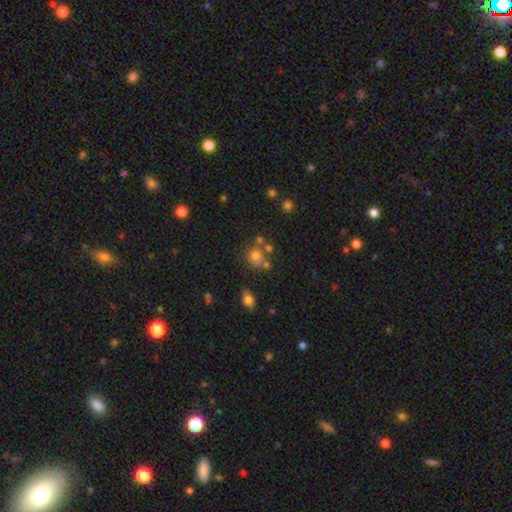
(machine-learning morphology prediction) smooth 69%, star or artifact 16%, featured or disk 15%. Down the decision tree: how rounded — round (75%); merging — none (49%).